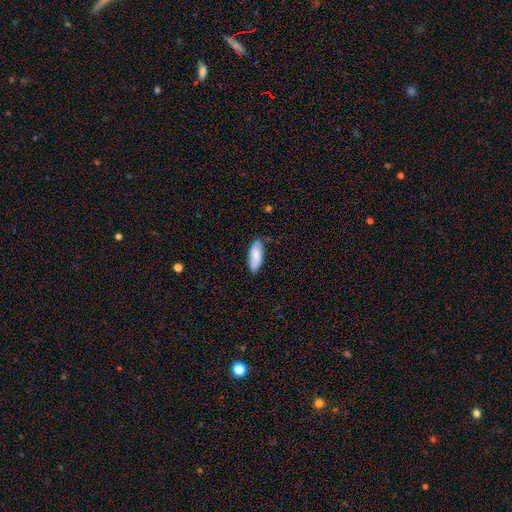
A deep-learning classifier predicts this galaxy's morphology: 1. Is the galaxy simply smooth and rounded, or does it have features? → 82% smooth, 13% featured or disk, 6% star or artifact.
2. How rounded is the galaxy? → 74% in between, 24% cigar-shaped, 2% round.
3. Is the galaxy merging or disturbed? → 79% none, 17% minor disturbance, 3% major disturbance, 1% merger.